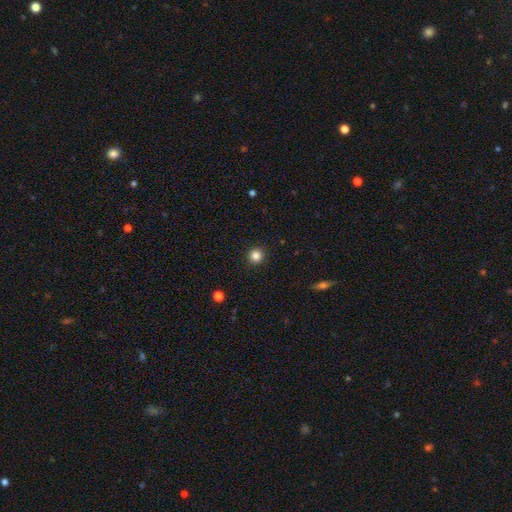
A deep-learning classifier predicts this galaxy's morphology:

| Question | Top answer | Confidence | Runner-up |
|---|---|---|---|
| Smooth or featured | smooth | 84% | star or artifact (11%) |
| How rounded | round | 94% | in between (5%) |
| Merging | none | 92% | minor disturbance (5%) |